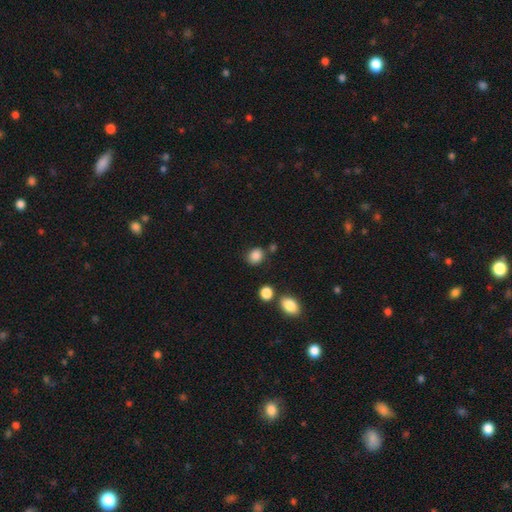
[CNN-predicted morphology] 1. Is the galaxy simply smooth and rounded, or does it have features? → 86% smooth, 10% star or artifact, 4% featured or disk.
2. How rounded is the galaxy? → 61% round, 38% in between, 1% cigar-shaped.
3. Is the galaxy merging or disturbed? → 77% none, 13% minor disturbance, 6% merger, 4% major disturbance.